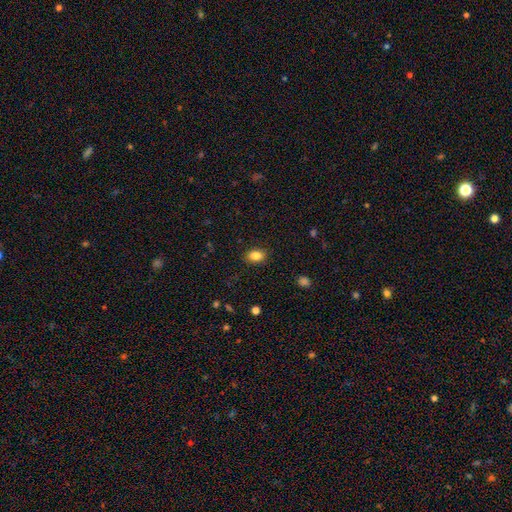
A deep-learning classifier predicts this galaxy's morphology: This appears to be a smooth galaxy with no disk features (86%) that is in between round and cigar-shaped (81%). Merging: none (87%).